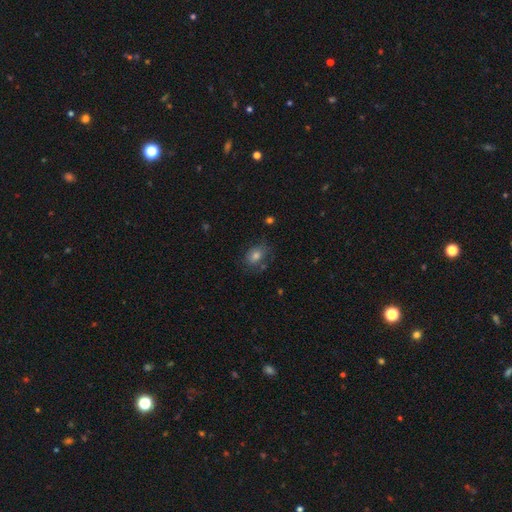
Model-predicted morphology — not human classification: type=smooth (68%); roundness=in between (68%); merging=none (68%).